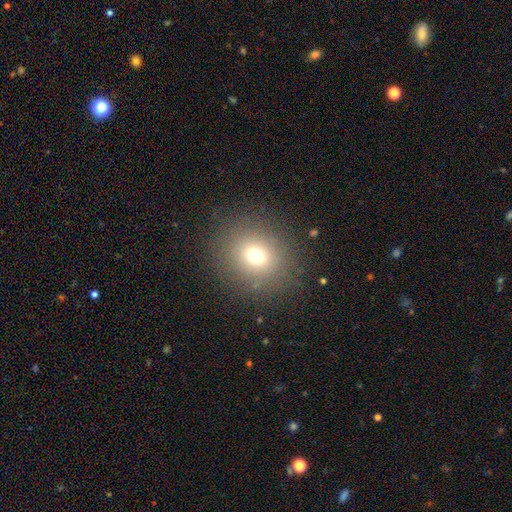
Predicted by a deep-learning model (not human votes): The model was most divided on "smooth or featured": smooth: 70%, star or artifact: 19%, featured or disk: 11%. More confident: merging — none (85%); how rounded — round (79%).